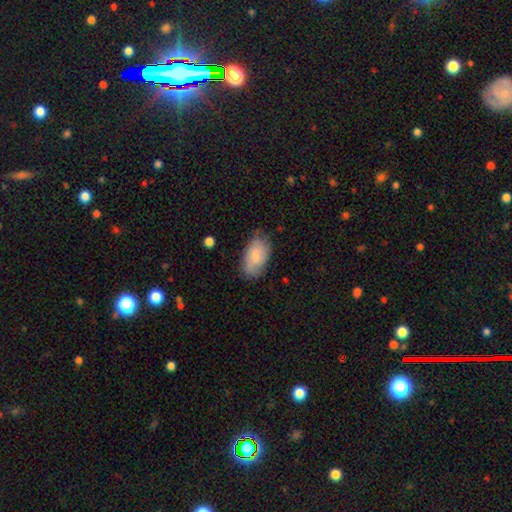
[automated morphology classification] Q: Smooth or featured?
A: smooth (74%); runner-up: featured or disk (20%)
Q: How rounded?
A: in between (94%); runner-up: round (4%)
Q: Merging?
A: none (72%); runner-up: minor disturbance (22%)